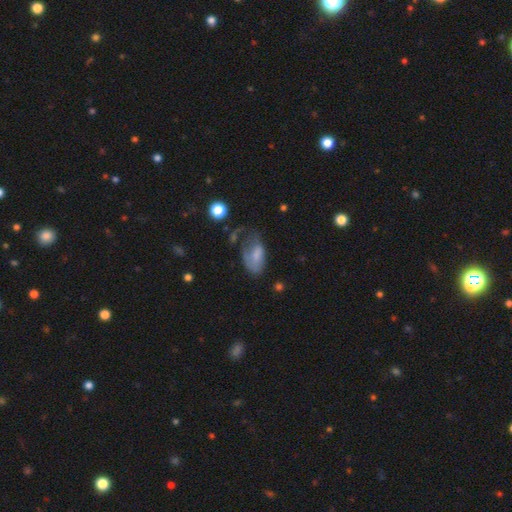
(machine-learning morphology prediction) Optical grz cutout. It shows a smooth galaxy with no disk features (61%) that is in between round and cigar-shaped (91%). Merging: major disturbance (39%).